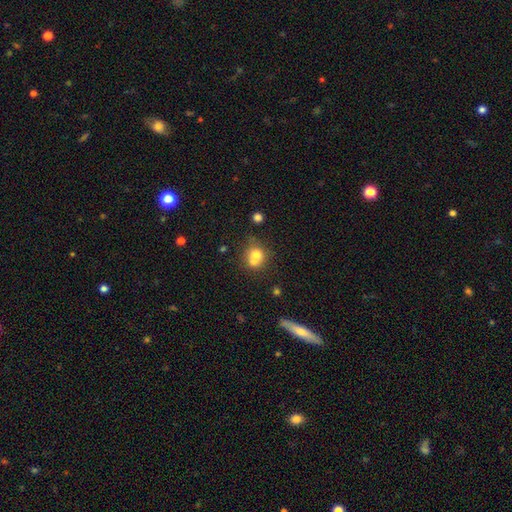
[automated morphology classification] smooth 72%, featured or disk 17%, star or artifact 11%. Down the decision tree: how rounded — round (75%); merging — merger (49%).